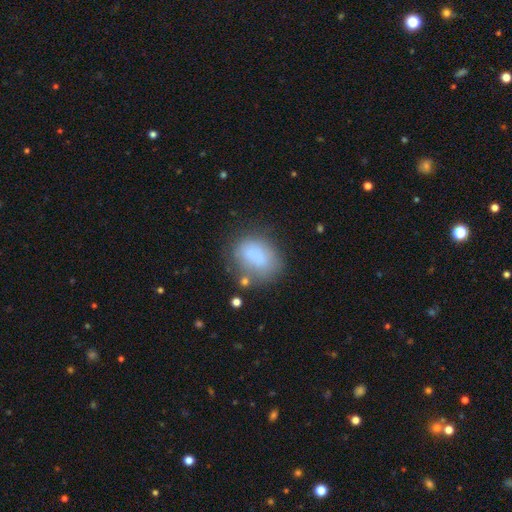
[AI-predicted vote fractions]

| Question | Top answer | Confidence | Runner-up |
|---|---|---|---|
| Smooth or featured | smooth | 77% | featured or disk (14%) |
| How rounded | in between | 63% | round (36%) |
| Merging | none | 57% | minor disturbance (23%) |